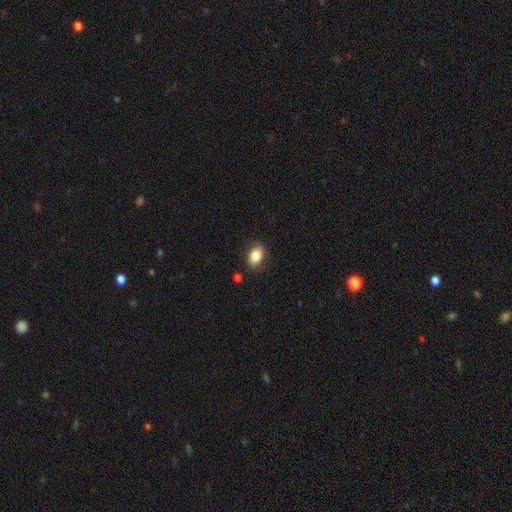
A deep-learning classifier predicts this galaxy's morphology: smooth 85%, star or artifact 8%, featured or disk 7%. Down the decision tree: how rounded — in between (83%); merging — none (85%).